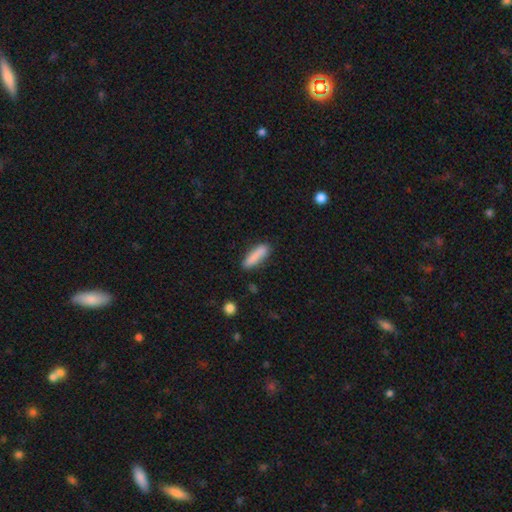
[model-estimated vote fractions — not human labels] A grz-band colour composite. It shows a smooth galaxy with no disk features (85%) that is cigar-shaped (71%). Merging: none (82%).